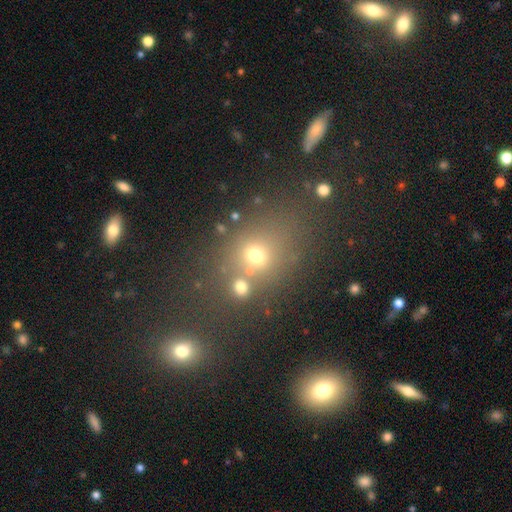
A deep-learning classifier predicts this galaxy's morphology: smooth-or-featured: smooth: 62% | star or artifact: 25% | featured or disk: 13%
  how-rounded: round: 58% | in between: 40% | cigar-shaped: 2%
  merging: none: 62% | merger: 19% | minor disturbance: 13% | major disturbance: 7%